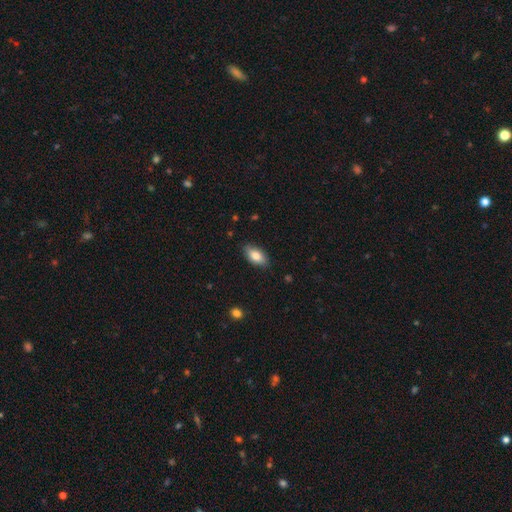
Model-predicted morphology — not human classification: Smooth or featured? smooth (79%)
How rounded? in between (91%)
Merging? none (85%)